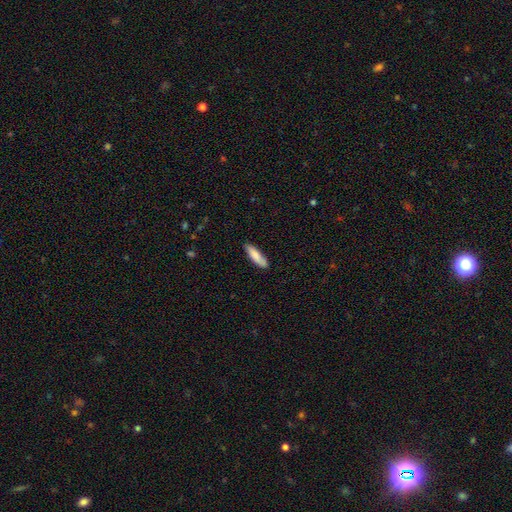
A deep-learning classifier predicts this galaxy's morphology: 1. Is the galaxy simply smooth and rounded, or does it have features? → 84% smooth, 10% featured or disk, 6% star or artifact.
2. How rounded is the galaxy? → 67% cigar-shaped, 32% in between, 1% round.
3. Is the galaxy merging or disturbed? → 84% none, 13% minor disturbance, 2% major disturbance, 1% merger.